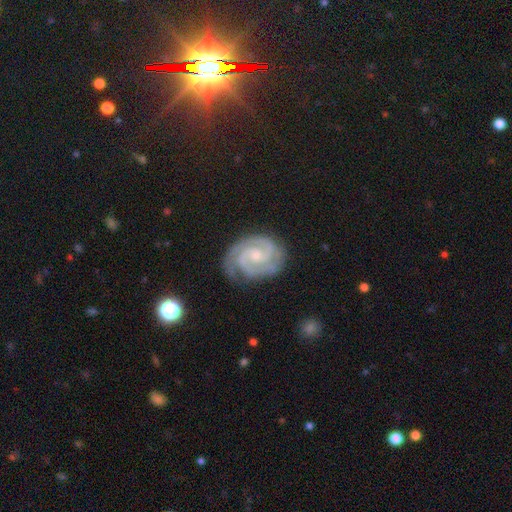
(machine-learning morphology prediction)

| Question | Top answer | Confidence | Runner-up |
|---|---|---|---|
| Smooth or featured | featured or disk | 92% | star or artifact (4%) |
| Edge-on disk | no | 98% | yes (2%) |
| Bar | no | 59% | weak (33%) |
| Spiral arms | yes | 99% | no (1%) |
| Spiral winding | tight | 69% | medium (28%) |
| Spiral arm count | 2 | 73% | 3 (17%) |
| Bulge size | small | 63% | moderate (29%) |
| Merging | none | 77% | minor disturbance (17%) |